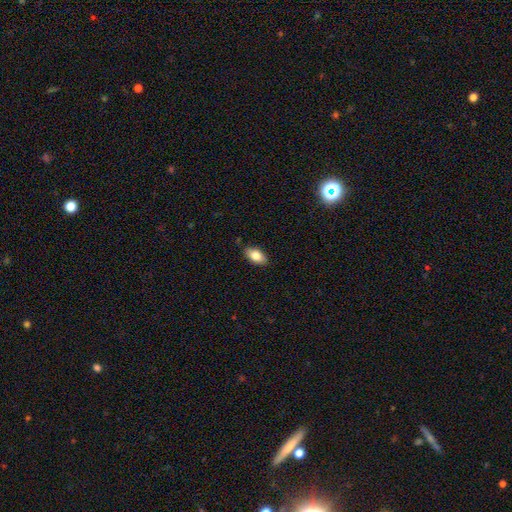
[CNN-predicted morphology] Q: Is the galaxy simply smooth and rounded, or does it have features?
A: smooth — 81%.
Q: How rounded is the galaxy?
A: in between — 91%.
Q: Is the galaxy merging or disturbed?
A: none — 86%.